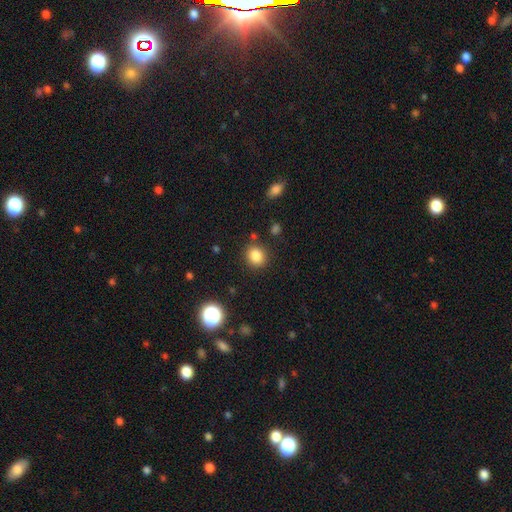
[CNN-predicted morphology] A smooth galaxy with no disk features (84%) that is round (79%). Merging: none (86%).